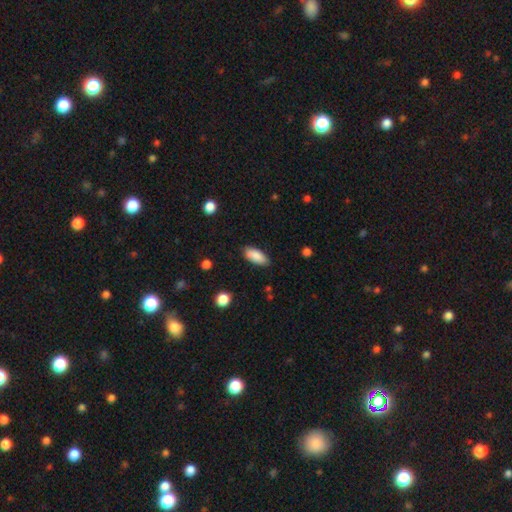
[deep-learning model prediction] Overall: smooth (87%). How rounded: in between (86%). Merging: none (83%).